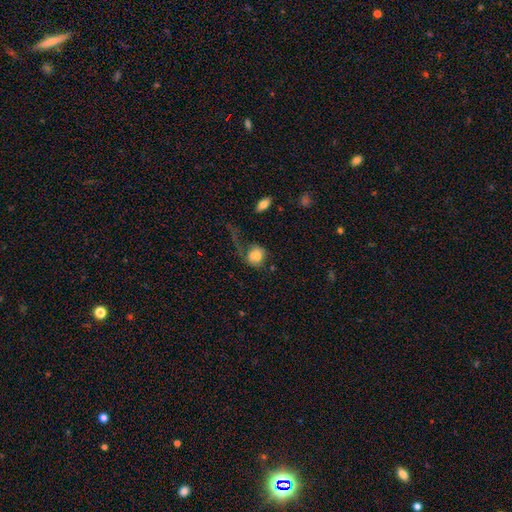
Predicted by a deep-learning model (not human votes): Q: Smooth or featured?
A: smooth (67%); runner-up: featured or disk (22%)
Q: How rounded?
A: round (61%); runner-up: in between (37%)
Q: Merging?
A: none (32%); runner-up: merger (28%)